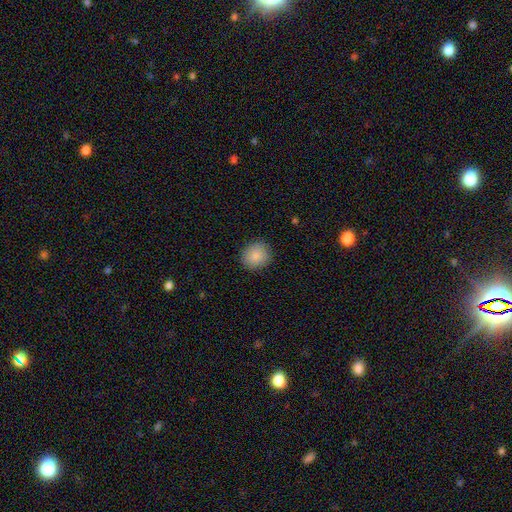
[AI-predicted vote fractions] A smooth galaxy with no disk features (87%) that is round (81%).

Vote fractions:
- Smooth or featured? smooth: 87% / star or artifact: 8% / featured or disk: 5%
- How rounded? round: 81% / in between: 18% / cigar-shaped: 1%
- Merging? none: 88% / minor disturbance: 8% / major disturbance: 2% / merger: 1%